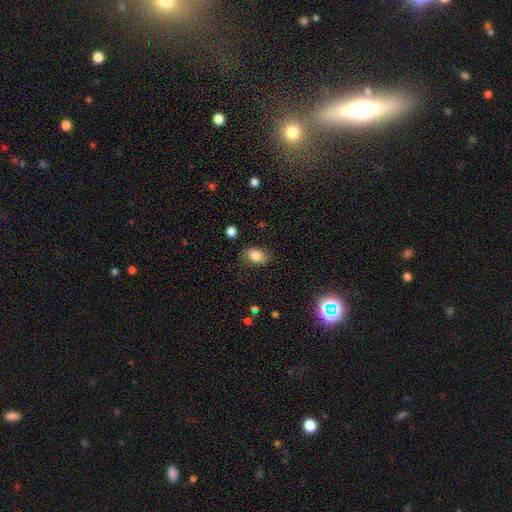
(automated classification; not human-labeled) Smooth or featured: smooth — 81% (featured or disk — 10%)
How rounded: in between — 85% (round — 14%)
Merging: none — 76% (minor disturbance — 18%)